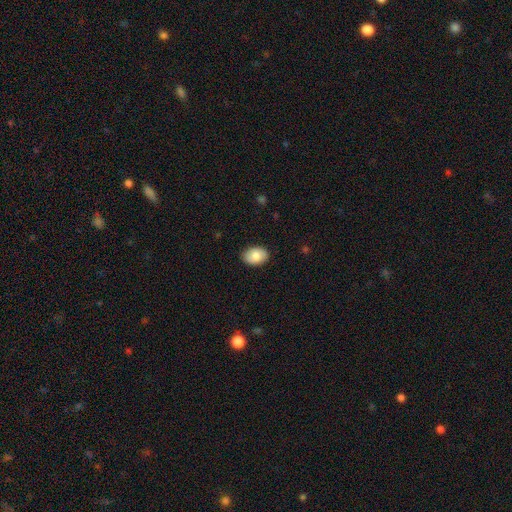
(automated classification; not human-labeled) smooth-or-featured: smooth: 81% | featured or disk: 12% | star or artifact: 6%
  how-rounded: in between: 83% | round: 16% | cigar-shaped: 1%
  merging: none: 88% | minor disturbance: 9% | major disturbance: 2% | merger: 1%